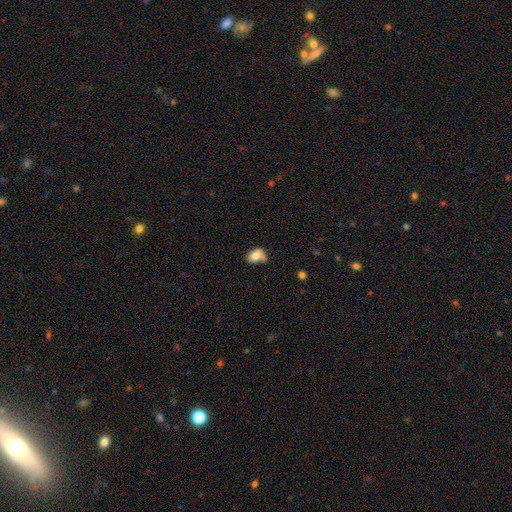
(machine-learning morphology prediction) smooth_or_featured: smooth (p=0.74) [alt: featured or disk p=0.17]
how_rounded: in between (p=0.71) [alt: round p=0.28]
merging: none (p=0.38) [alt: minor disturbance p=0.34]